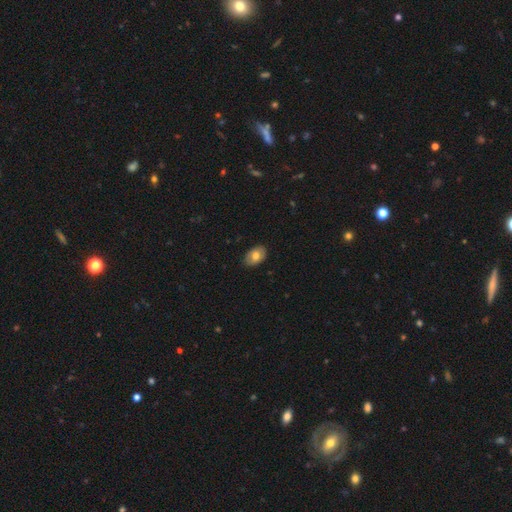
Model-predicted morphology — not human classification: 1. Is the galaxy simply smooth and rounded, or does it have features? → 74% smooth, 19% featured or disk, 7% star or artifact.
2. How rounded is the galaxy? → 88% in between, 11% round, 1% cigar-shaped.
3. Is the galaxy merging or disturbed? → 84% none, 13% minor disturbance, 2% major disturbance, 1% merger.